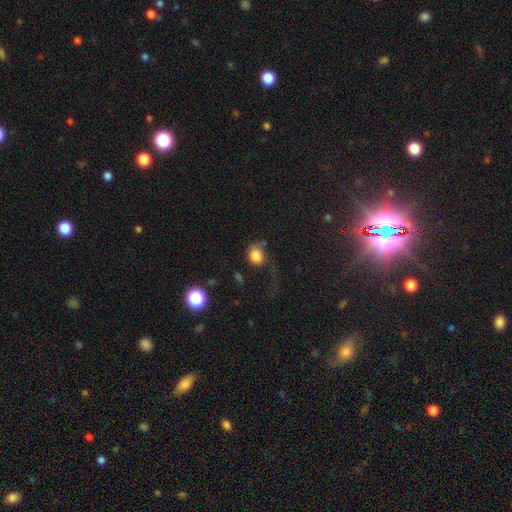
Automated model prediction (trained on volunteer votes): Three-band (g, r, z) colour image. It shows a smooth galaxy with no disk features (81%) that is in between round and cigar-shaped (55%). Merging: none (41%).